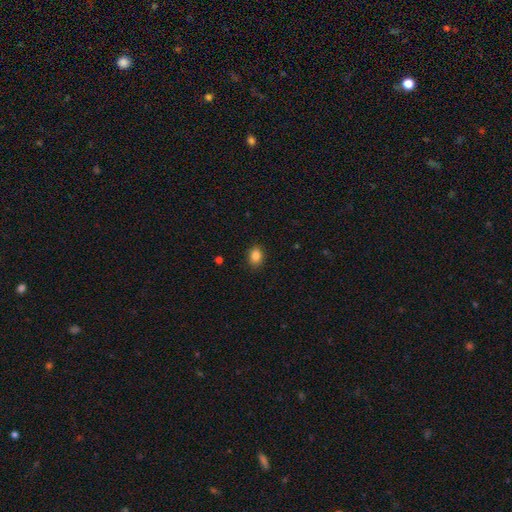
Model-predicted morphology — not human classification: A smooth galaxy with no disk features (86%) that is in between round and cigar-shaped (65%). Merging: none (89%).